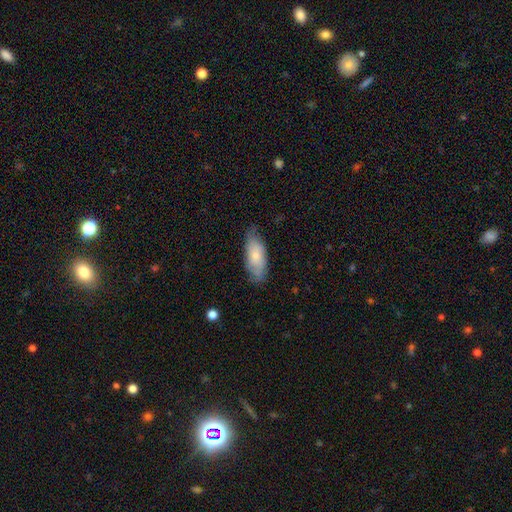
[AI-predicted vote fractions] Overall: smooth (67%; featured or disk 27%). How rounded: in between (79%). Merging: none (70%).